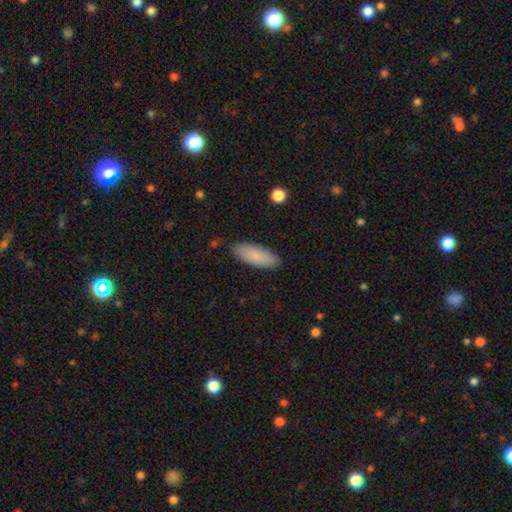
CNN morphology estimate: Smooth or featured? smooth (85%)
How rounded? in between (72%)
Merging? none (86%)